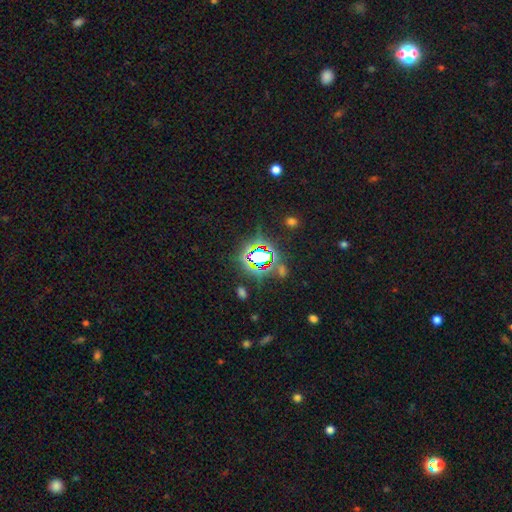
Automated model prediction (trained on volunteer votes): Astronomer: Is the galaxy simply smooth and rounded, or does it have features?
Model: star or artifact — 79%.